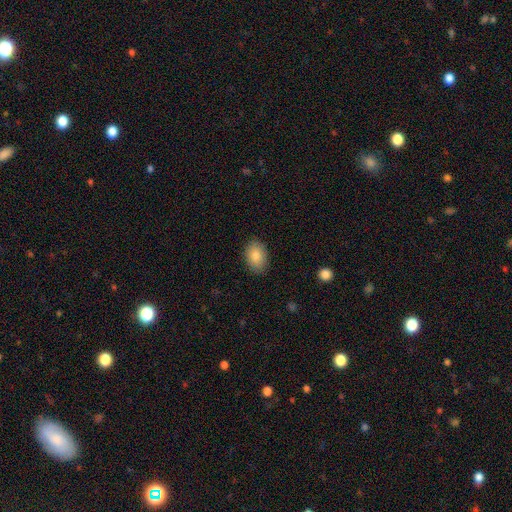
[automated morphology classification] Q: Smooth or featured?
A: smooth (85%); runner-up: featured or disk (8%)
Q: How rounded?
A: in between (86%); runner-up: round (13%)
Q: Merging?
A: none (87%); runner-up: minor disturbance (10%)